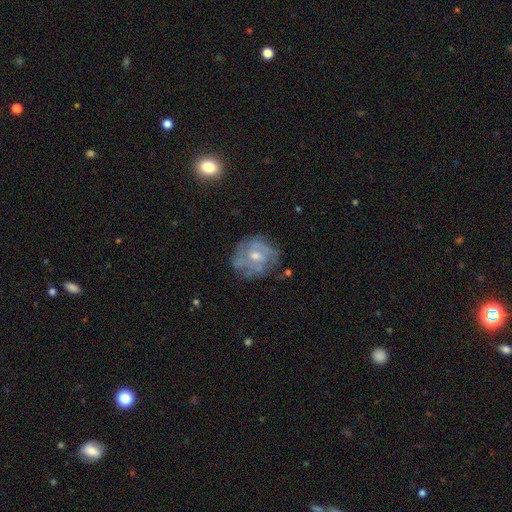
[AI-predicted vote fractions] The model was most divided on "bulge size": moderate: 50%, small: 45%, none: 2%, large: 2%, dominant: 1%. More confident: edge-on disk — no (97%); spiral arms — yes (74%); merging — none (69%); smooth or featured — featured or disk (69%); bar — no (66%).